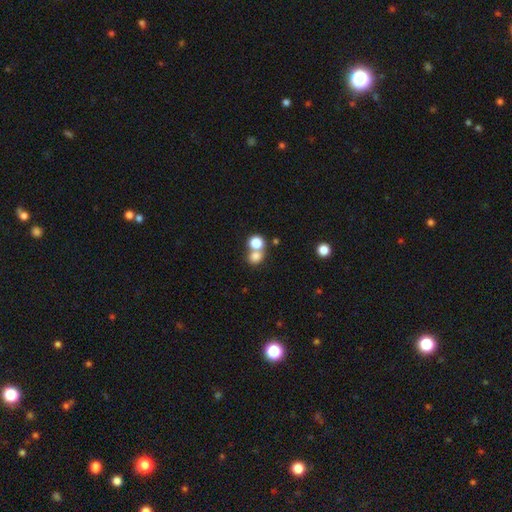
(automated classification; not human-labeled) This appears to be a smooth galaxy with no disk features (78%) that is round (72%). Merging: merger (46%).